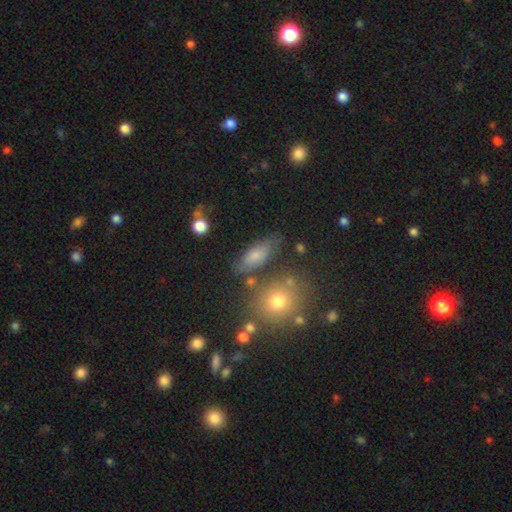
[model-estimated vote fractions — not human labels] A smooth galaxy with no disk features (69%) that is in between round and cigar-shaped (72%). Merging: none (70%).